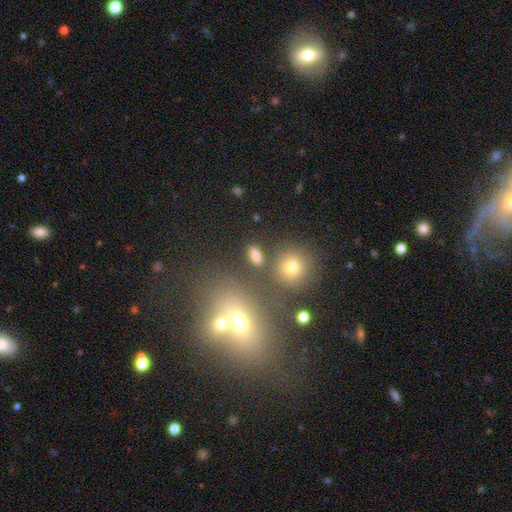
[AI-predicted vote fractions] The model was most divided on "how rounded": in between: 75%, round: 20%, cigar-shaped: 5%. More confident: merging — none (79%); smooth or featured — smooth (78%).